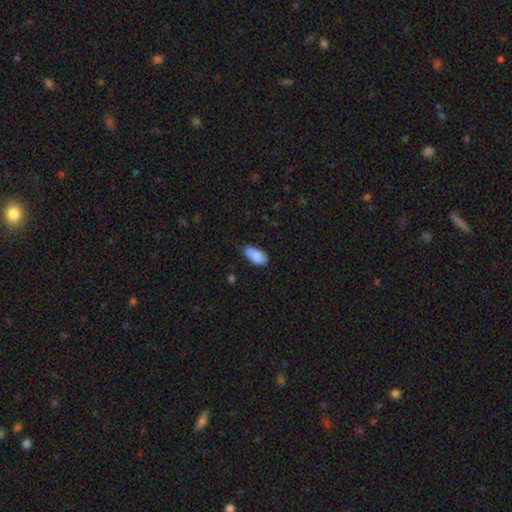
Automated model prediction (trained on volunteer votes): smooth_or_featured: smooth (p=0.89) [alt: star or artifact p=0.06]
how_rounded: in between (p=0.93) [alt: cigar-shaped p=0.05]
merging: none (p=0.76) [alt: minor disturbance p=0.20]